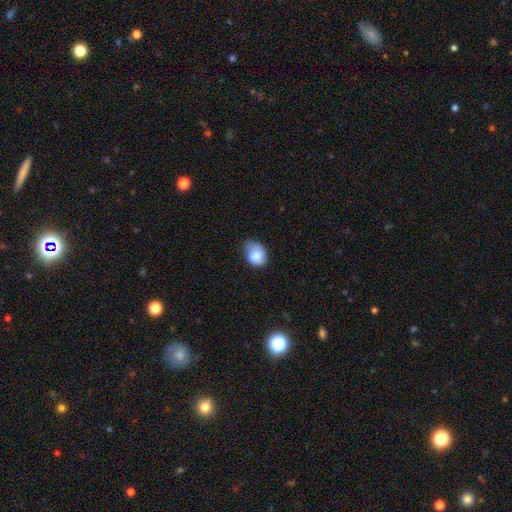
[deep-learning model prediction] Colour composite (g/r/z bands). It shows a smooth galaxy with no disk features (80%) that is in between round and cigar-shaped (72%). Merging: none (49%).